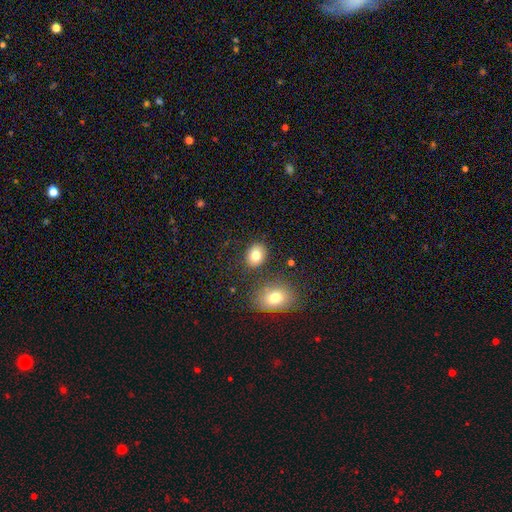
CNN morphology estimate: This is clearly a smooth galaxy (80%). How rounded: likely in between (64%). Merging: likely none (79%).